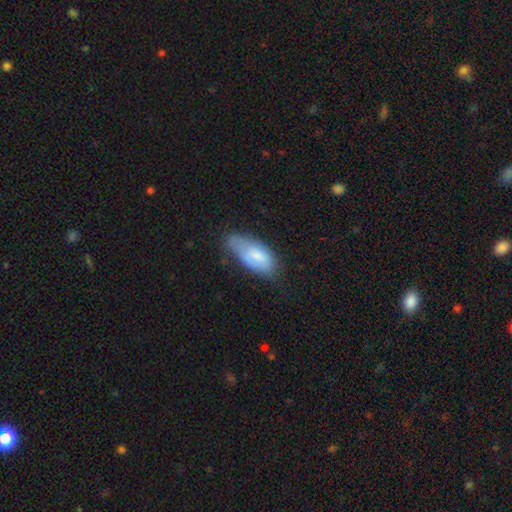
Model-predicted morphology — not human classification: Smooth or featured?
  - smooth: 70% *
  - featured or disk: 24%
  - star or artifact: 7%
How rounded?
  - in between: 86% *
  - cigar-shaped: 12%
  - round: 2%
Merging?
  - none: 43% *
  - minor disturbance: 40%
  - major disturbance: 13%
  - merger: 3%